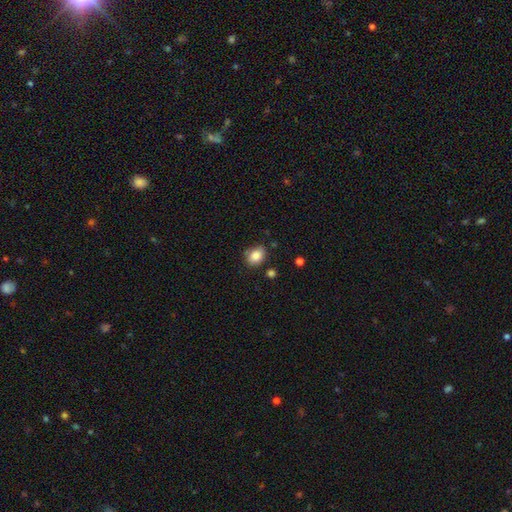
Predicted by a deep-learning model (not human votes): Smooth or featured?
  - smooth: 86% *
  - star or artifact: 9%
  - featured or disk: 5%
How rounded?
  - in between: 65% *
  - round: 34%
  - cigar-shaped: 1%
Merging?
  - none: 75% *
  - minor disturbance: 17%
  - merger: 5%
  - major disturbance: 4%